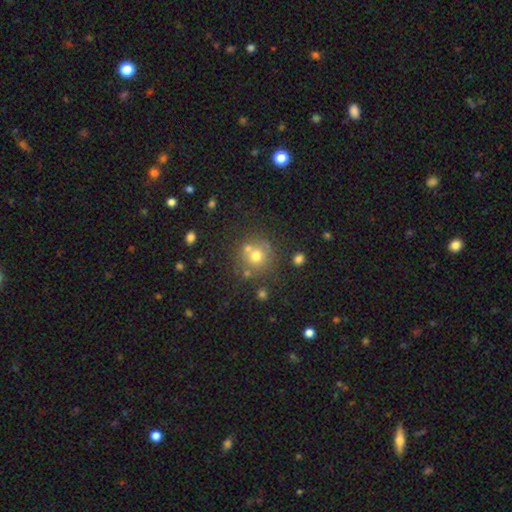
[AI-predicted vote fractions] Q: Smooth or featured?
A: smooth (69%); runner-up: featured or disk (16%)
Q: How rounded?
A: round (91%); runner-up: in between (8%)
Q: Merging?
A: none (65%); runner-up: merger (18%)